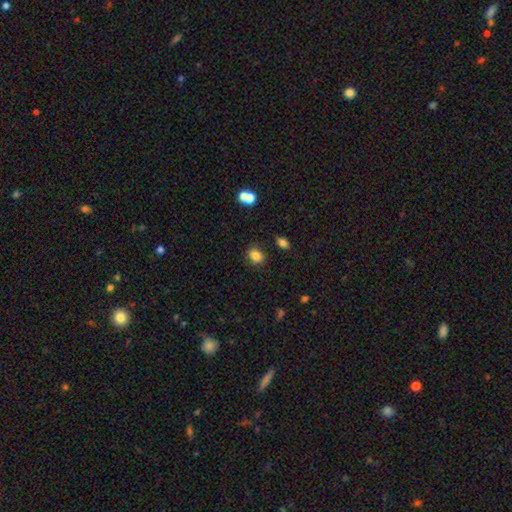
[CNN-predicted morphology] smooth_or_featured: smooth (p=0.83) [alt: star or artifact p=0.11]
how_rounded: in between (p=0.55) [alt: round p=0.44]
merging: none (p=0.83) [alt: minor disturbance p=0.11]